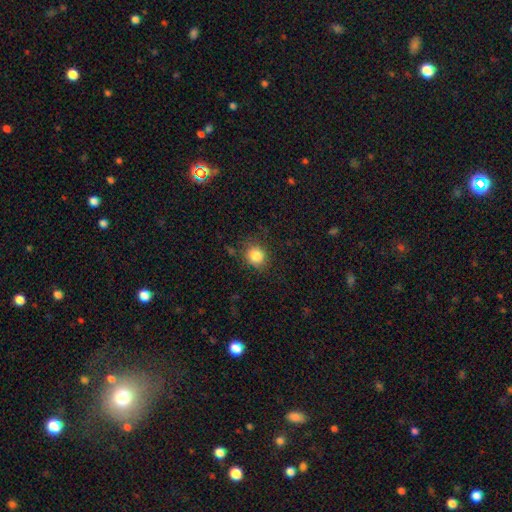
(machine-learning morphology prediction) The model was most divided on "how rounded": round: 77%, in between: 22%, cigar-shaped: 1%. More confident: smooth or featured — smooth (85%); merging — none (80%).